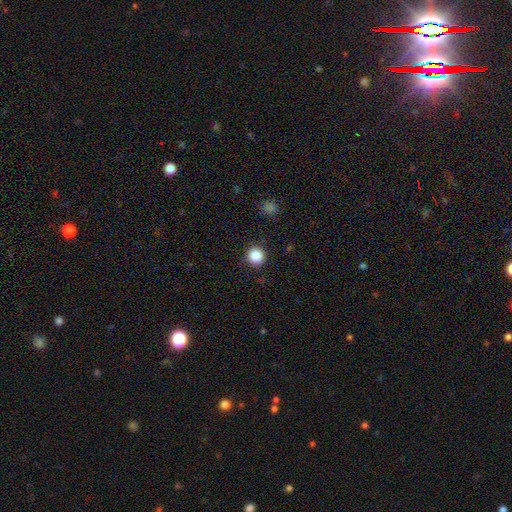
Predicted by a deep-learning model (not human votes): A smooth galaxy with no disk features (87%) that is round (95%). Merging: none (90%).